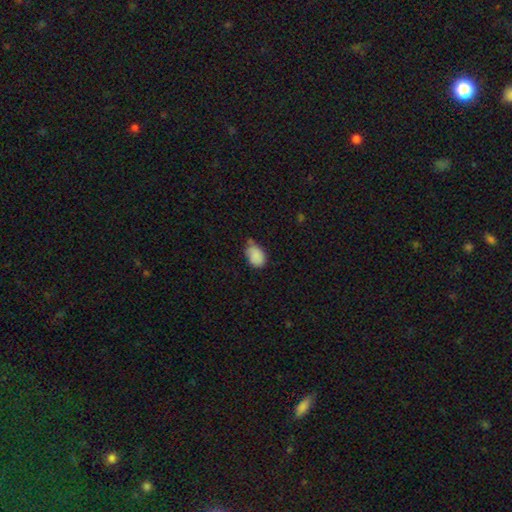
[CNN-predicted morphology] A smooth galaxy with no disk features (86%) that is in between round and cigar-shaped (81%). Merging: none (46%).